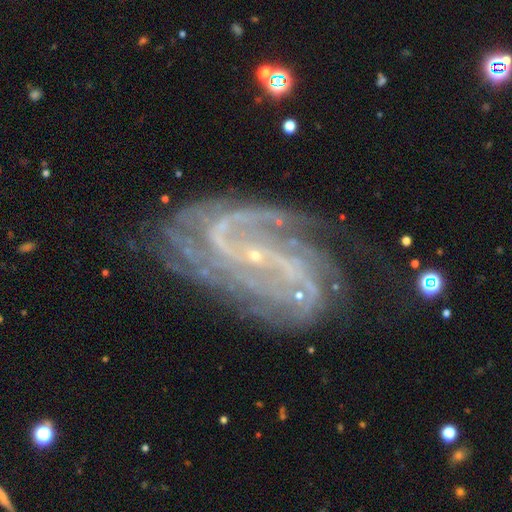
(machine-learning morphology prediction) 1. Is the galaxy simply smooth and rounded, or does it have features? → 90% featured or disk, 6% star or artifact, 3% smooth.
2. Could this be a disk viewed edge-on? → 97% no, 3% yes.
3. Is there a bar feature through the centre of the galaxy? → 35% weak, 33% strong, 32% no.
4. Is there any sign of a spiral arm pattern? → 98% yes, 2% no.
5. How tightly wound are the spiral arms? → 46% tight, 41% medium, 13% loose.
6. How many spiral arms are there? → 32% 2, 17% 3, 17% can't tell, 14% 4, 11% more than 4, 9% 1.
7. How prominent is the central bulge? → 88% small, 6% moderate, 4% none, 1% large, 1% dominant.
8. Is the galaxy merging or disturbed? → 70% none, 18% minor disturbance, 9% major disturbance, 2% merger.